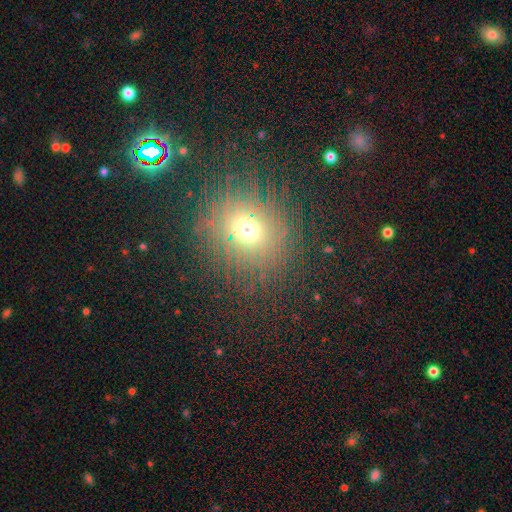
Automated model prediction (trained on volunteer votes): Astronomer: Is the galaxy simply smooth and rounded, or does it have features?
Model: smooth — 59%.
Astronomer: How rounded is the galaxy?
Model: round — 81%.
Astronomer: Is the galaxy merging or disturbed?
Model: none — 84%.